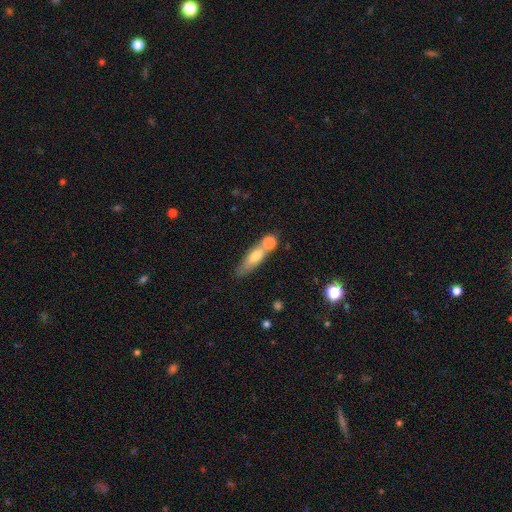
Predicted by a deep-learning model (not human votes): smooth 64%, featured or disk 28%, star or artifact 8%. Down the decision tree: how rounded — cigar-shaped (60%); merging — none (45%).